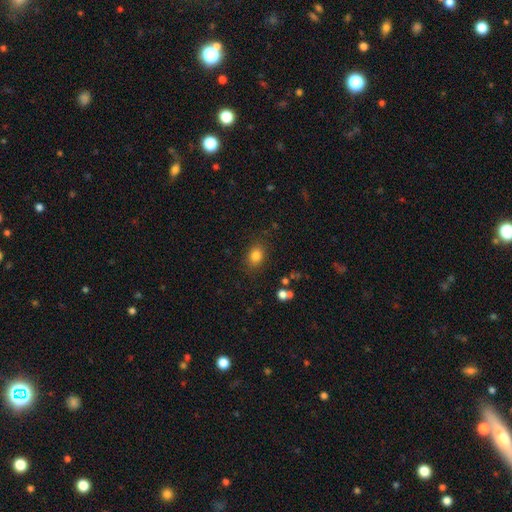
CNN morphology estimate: smooth-or-featured: smooth: 82% | star or artifact: 11% | featured or disk: 7%
  how-rounded: in between: 56% | round: 43% | cigar-shaped: 1%
  merging: none: 83% | minor disturbance: 11% | major disturbance: 4% | merger: 2%